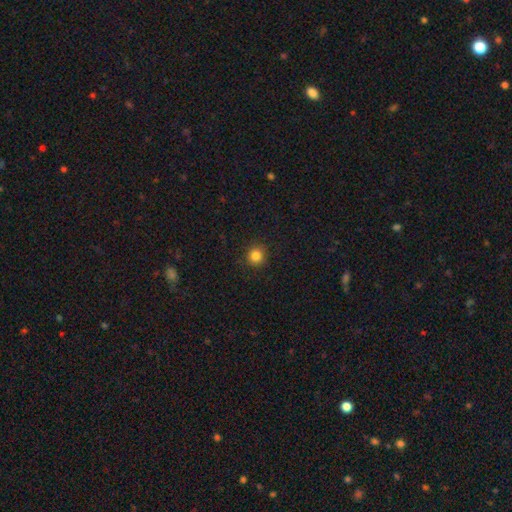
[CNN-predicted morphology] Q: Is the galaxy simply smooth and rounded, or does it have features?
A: smooth — 84%.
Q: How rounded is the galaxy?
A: round — 93%.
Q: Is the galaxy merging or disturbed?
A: none — 91%.